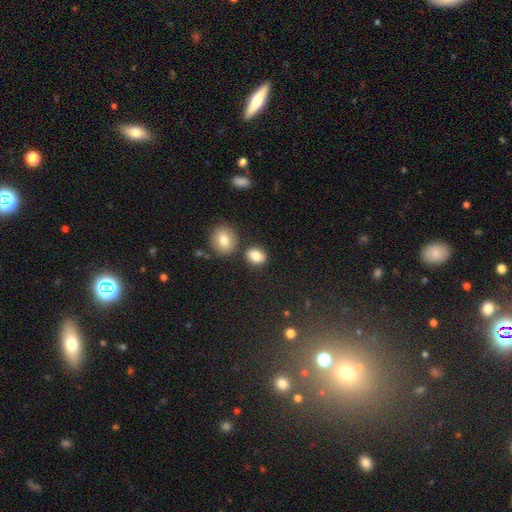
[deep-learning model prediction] Overall: smooth (83%). How rounded: in between (52%; round 46%). Merging: none (76%).